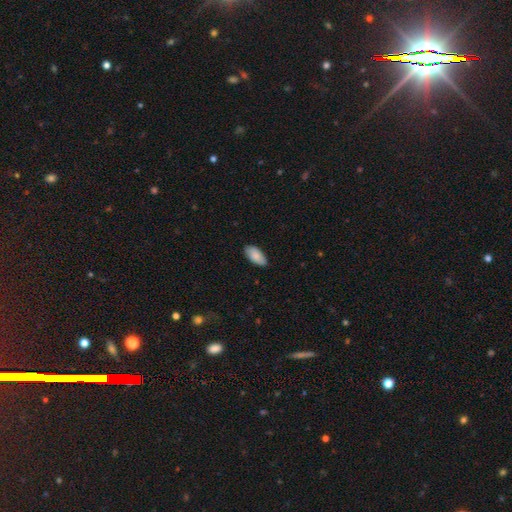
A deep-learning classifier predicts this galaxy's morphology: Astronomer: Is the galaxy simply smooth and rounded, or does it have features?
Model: smooth — 86%.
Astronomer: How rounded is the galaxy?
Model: in between — 94%.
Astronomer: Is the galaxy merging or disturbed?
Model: none — 85%.